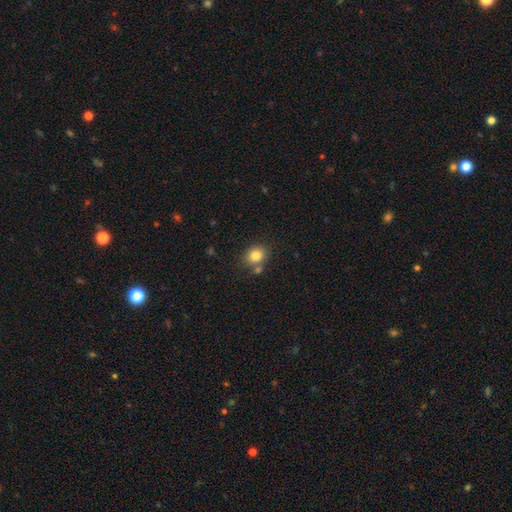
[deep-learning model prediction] smooth-or-featured: smooth: 82% | star or artifact: 10% | featured or disk: 7%
  how-rounded: round: 67% | in between: 33% | cigar-shaped: 1%
  merging: none: 69% | merger: 16% | minor disturbance: 12% | major disturbance: 4%